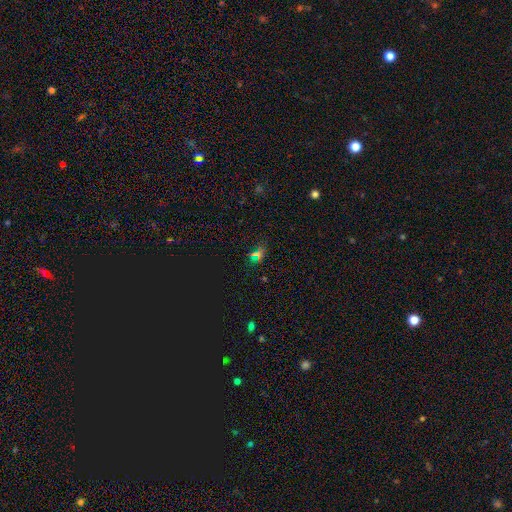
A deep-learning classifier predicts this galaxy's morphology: smooth_or_featured: star or artifact (p=0.52) [alt: smooth p=0.39]